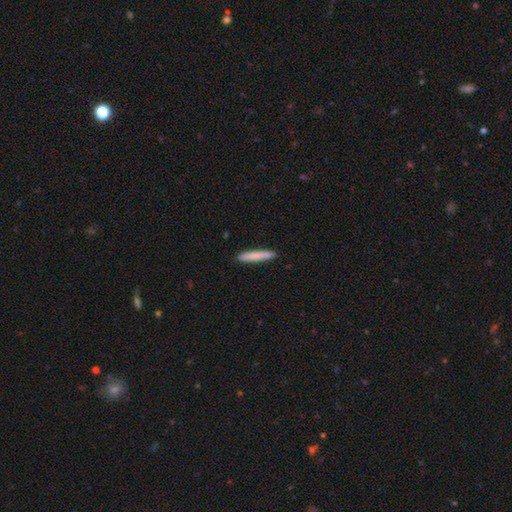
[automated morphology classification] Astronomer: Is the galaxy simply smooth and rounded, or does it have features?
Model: smooth — 82%.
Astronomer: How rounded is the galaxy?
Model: cigar-shaped — 94%.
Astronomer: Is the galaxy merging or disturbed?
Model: none — 91%.